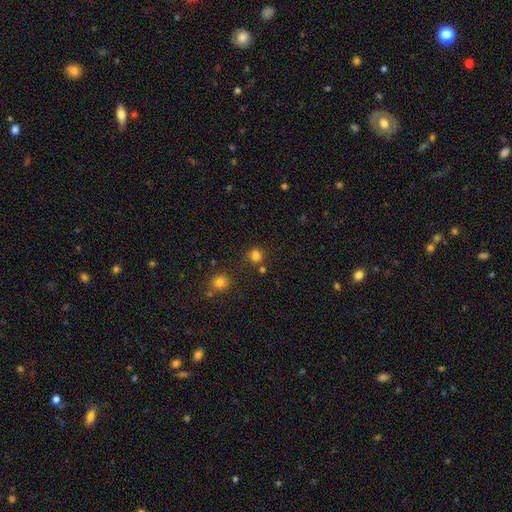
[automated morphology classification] type=smooth (77%); roundness=round (71%); merging=none (68%).